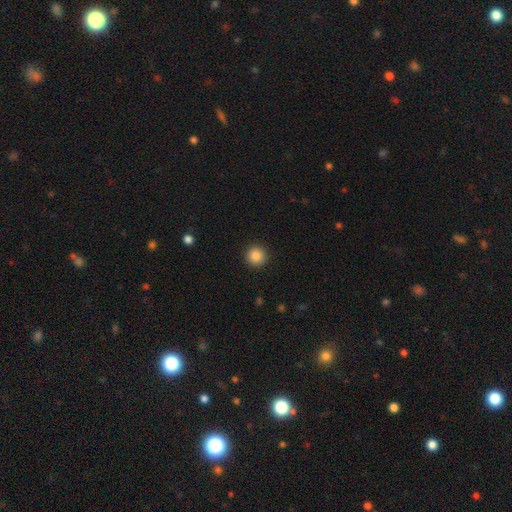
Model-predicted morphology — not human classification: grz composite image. It shows a smooth galaxy with no disk features (87%) that is round (95%). Merging: none (93%).